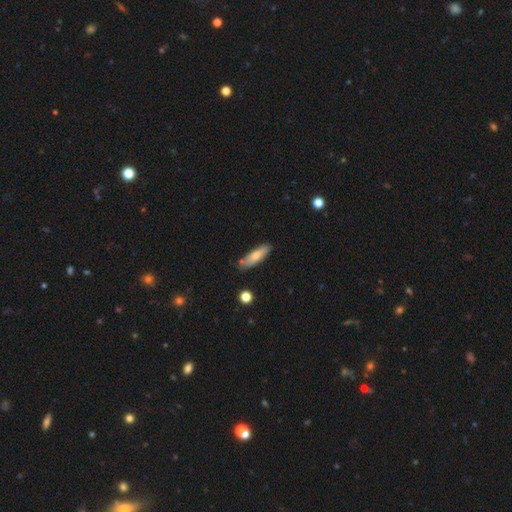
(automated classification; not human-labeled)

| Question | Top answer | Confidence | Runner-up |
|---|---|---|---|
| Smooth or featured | smooth | 74% | featured or disk (20%) |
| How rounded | cigar-shaped | 61% | in between (37%) |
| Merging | none | 79% | minor disturbance (14%) |